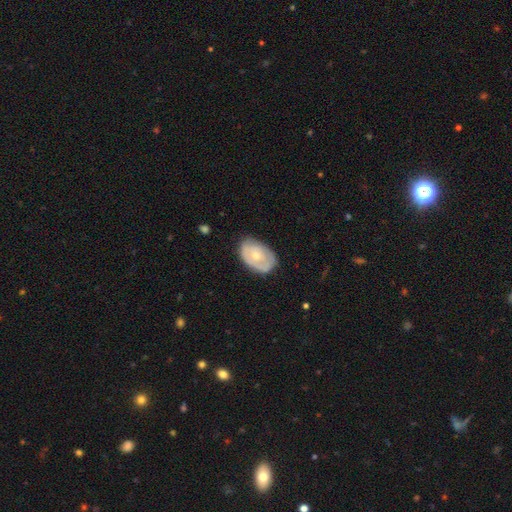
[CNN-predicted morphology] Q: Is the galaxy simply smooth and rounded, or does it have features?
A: featured or disk — 47%, tied with smooth.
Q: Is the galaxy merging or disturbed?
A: none — 67%.